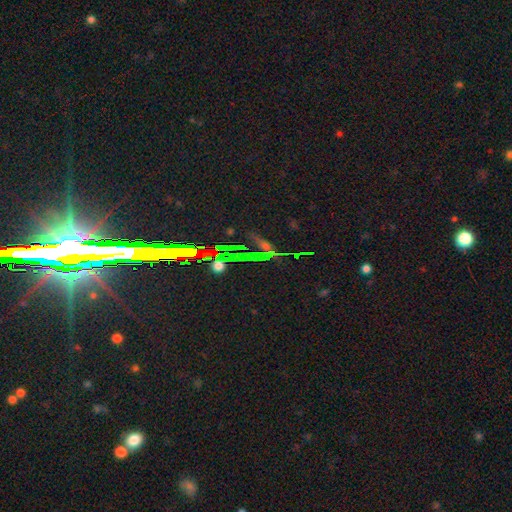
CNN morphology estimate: Overall: star or artifact (68%).